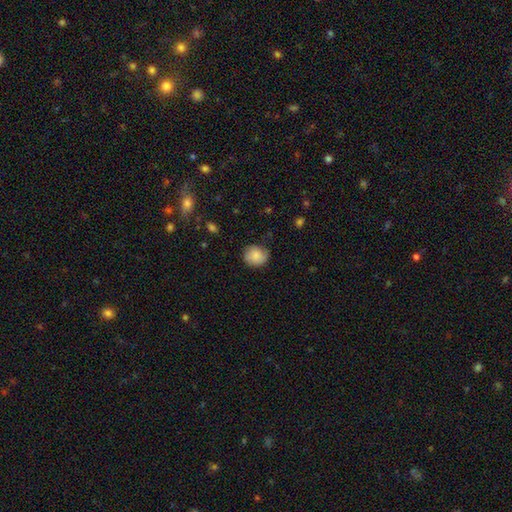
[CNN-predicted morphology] Q: Smooth or featured?
A: smooth (76%); runner-up: featured or disk (16%)
Q: How rounded?
A: round (76%); runner-up: in between (23%)
Q: Merging?
A: none (73%); runner-up: minor disturbance (20%)